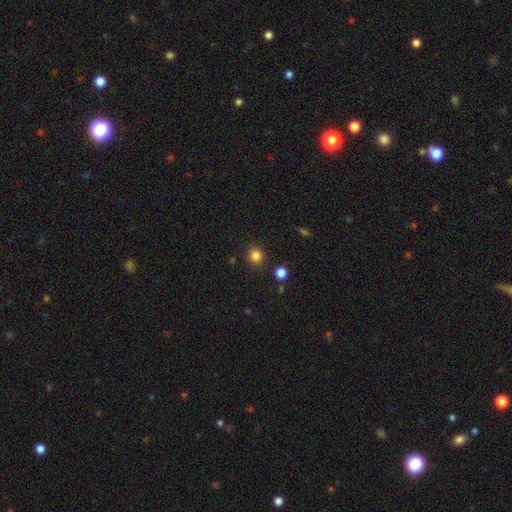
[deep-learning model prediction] The model was most divided on "how rounded": round: 85%, in between: 14%, cigar-shaped: 1%. More confident: merging — none (89%); smooth or featured — smooth (84%).